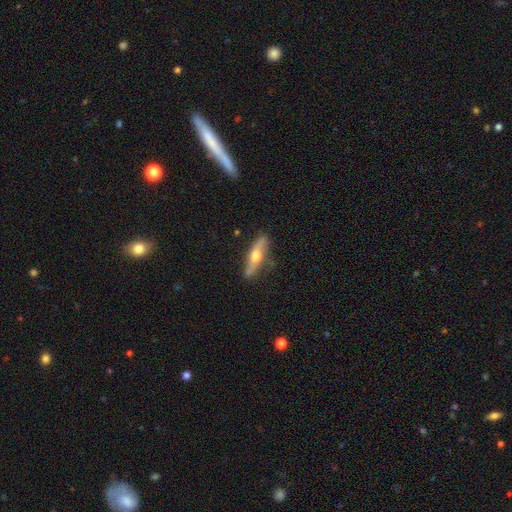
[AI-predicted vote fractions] Smooth or featured?
  - featured or disk: 62% *
  - smooth: 32%
  - star or artifact: 5%
Edge-on disk?
  - yes: 84% *
  - no: 16%
Edge-on bulge?
  - rounded: 94% *
  - none: 3%
  - boxy: 3%
Merging?
  - none: 81% *
  - minor disturbance: 15%
  - major disturbance: 3%
  - merger: 2%